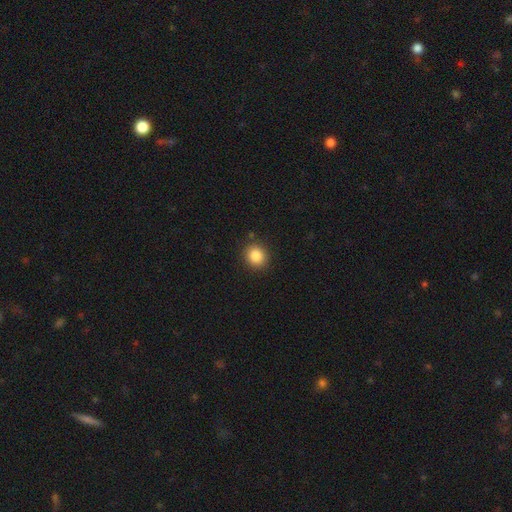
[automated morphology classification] smooth-or-featured: smooth: 86% | star or artifact: 10% | featured or disk: 4%
  how-rounded: round: 85% | in between: 14% | cigar-shaped: 1%
  merging: none: 89% | minor disturbance: 7% | major disturbance: 2% | merger: 2%